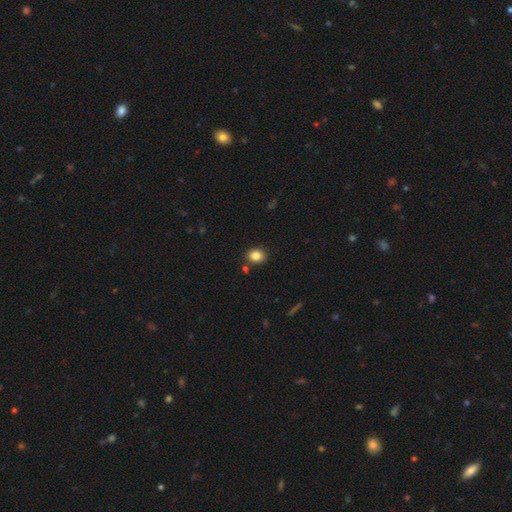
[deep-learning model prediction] smooth-or-featured: smooth: 84% | star or artifact: 10% | featured or disk: 6%
  how-rounded: in between: 50% | round: 49% | cigar-shaped: 1%
  merging: none: 82% | minor disturbance: 10% | merger: 6% | major disturbance: 2%